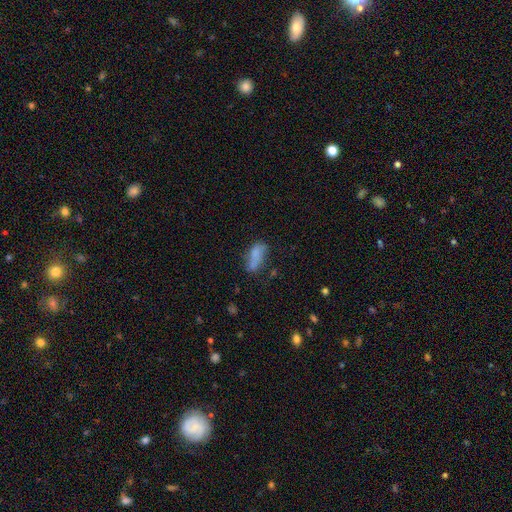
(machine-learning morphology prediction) smooth 71%, featured or disk 18%, star or artifact 10%. Down the decision tree: how rounded — in between (75%); merging — none (45%).